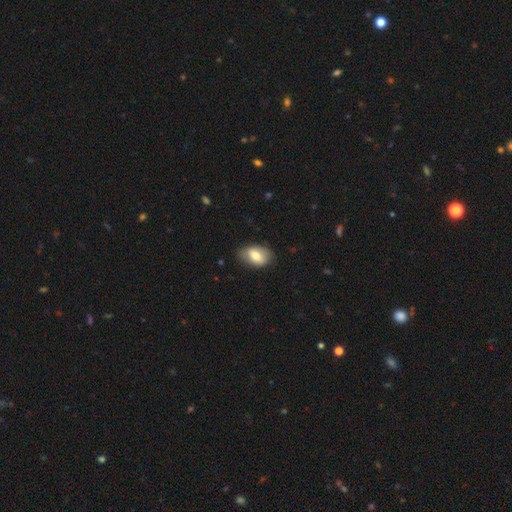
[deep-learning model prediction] A smooth galaxy with no disk features (72%) that is in between round and cigar-shaped (87%). Merging: none (76%).